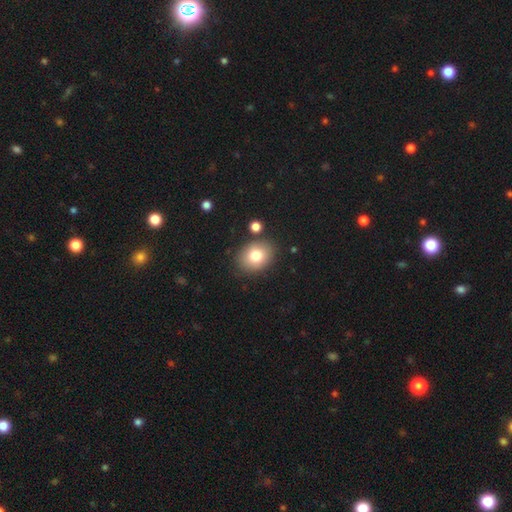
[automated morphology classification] smooth_or_featured: smooth (p=0.78) [alt: featured or disk p=0.12]
how_rounded: in between (p=0.58) [alt: round p=0.41]
merging: none (p=0.82) [alt: minor disturbance p=0.11]